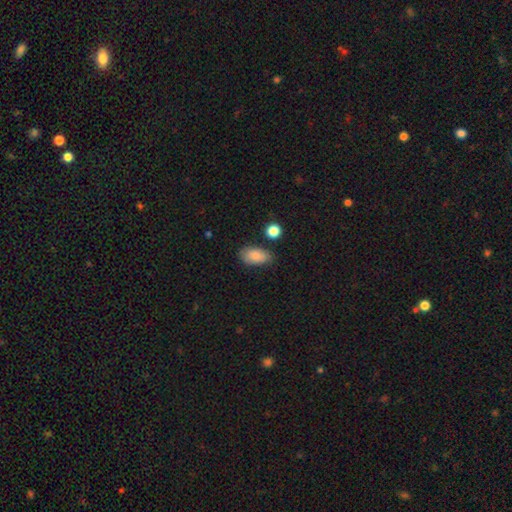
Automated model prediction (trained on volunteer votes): Smooth or featured? Predicted: smooth (p=0.84). How rounded? Predicted: in between (p=0.92). Merging? Predicted: none (p=0.73).